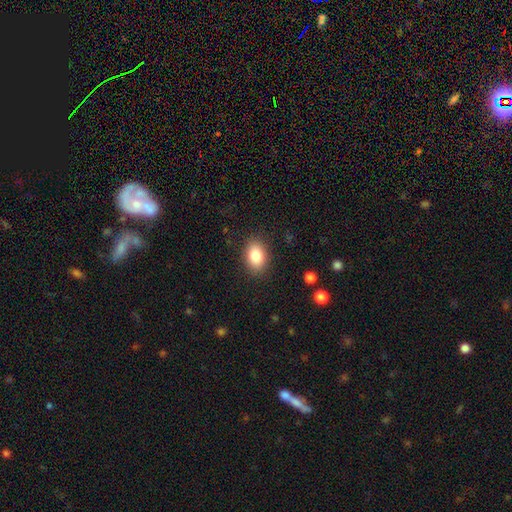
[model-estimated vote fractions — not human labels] A smooth galaxy with no disk features (83%) that is in between round and cigar-shaped (83%).

Vote fractions:
- Smooth or featured? smooth: 83% / featured or disk: 8% / star or artifact: 8%
- How rounded? in between: 83% / round: 15% / cigar-shaped: 1%
- Merging? none: 87% / minor disturbance: 9% / major disturbance: 3% / merger: 1%